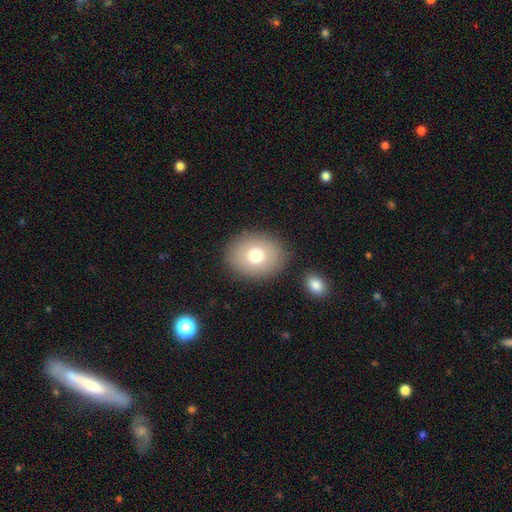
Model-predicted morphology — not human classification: A smooth galaxy with no disk features (76%) that is round (55%).

Vote fractions:
- Smooth or featured? smooth: 76% / featured or disk: 14% / star or artifact: 10%
- How rounded? round: 55% / in between: 44% / cigar-shaped: 1%
- Merging? none: 84% / minor disturbance: 9% / merger: 3% / major disturbance: 3%